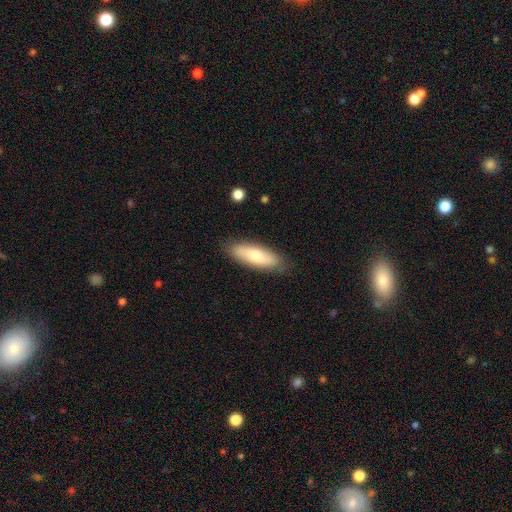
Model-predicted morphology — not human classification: Smooth or featured? Predicted: smooth (p=0.70). How rounded? Predicted: in between (p=0.61). Merging? Predicted: none (p=0.84).